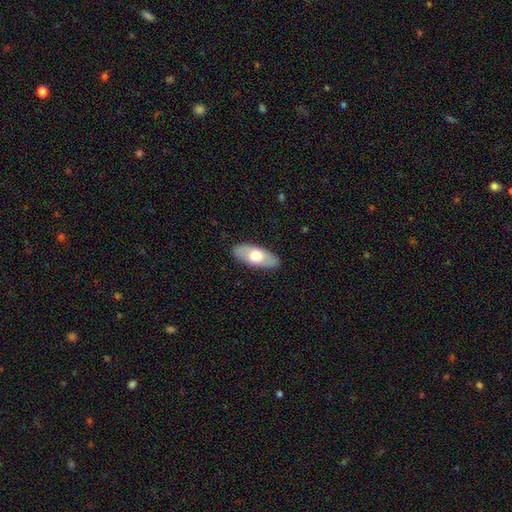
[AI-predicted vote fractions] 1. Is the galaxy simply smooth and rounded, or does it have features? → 63% smooth, 32% featured or disk, 5% star or artifact.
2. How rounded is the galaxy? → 83% in between, 15% cigar-shaped, 3% round.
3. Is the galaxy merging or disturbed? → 88% none, 9% minor disturbance, 2% major disturbance, 1% merger.